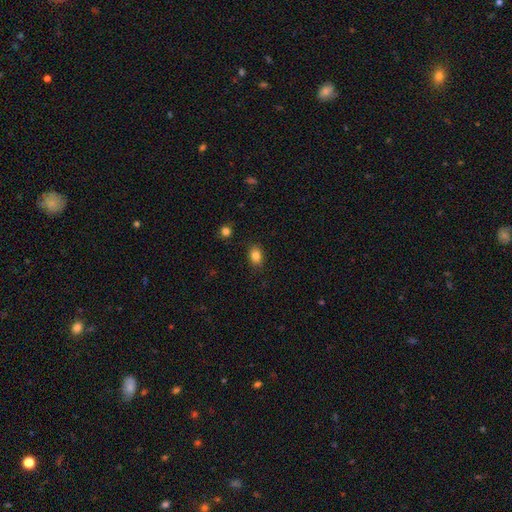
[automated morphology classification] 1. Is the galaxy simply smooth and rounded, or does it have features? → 84% smooth, 10% star or artifact, 6% featured or disk.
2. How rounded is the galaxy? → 74% in between, 25% round, 1% cigar-shaped.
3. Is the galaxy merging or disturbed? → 86% none, 11% minor disturbance, 2% major disturbance, 1% merger.